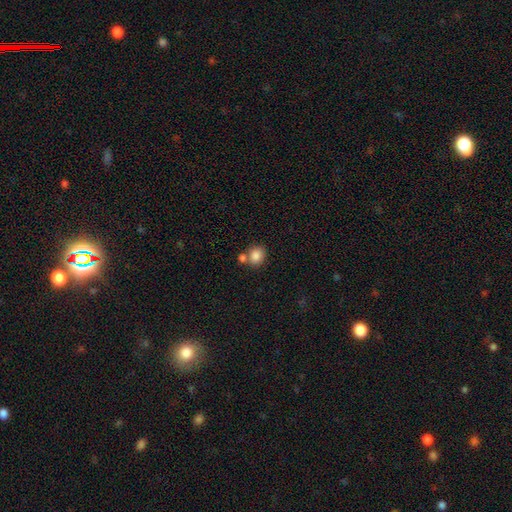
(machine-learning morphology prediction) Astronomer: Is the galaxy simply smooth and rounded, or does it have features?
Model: smooth — 85%.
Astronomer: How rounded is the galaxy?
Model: round — 66%.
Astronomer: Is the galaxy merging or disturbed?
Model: none — 58%.